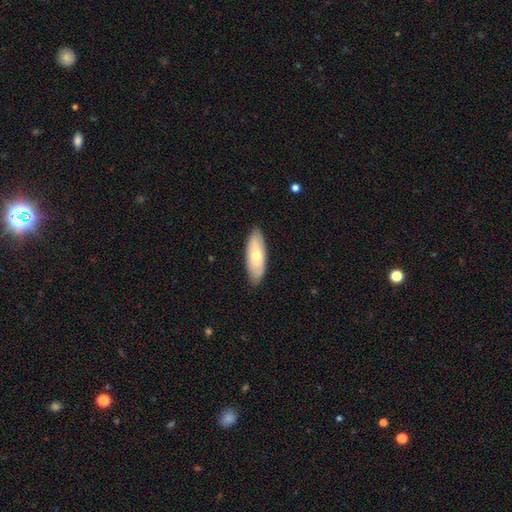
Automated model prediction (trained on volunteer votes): Smooth or featured: smooth — 63% (featured or disk — 32%)
How rounded: in between — 72% (cigar-shaped — 26%)
Merging: none — 86% (minor disturbance — 11%)